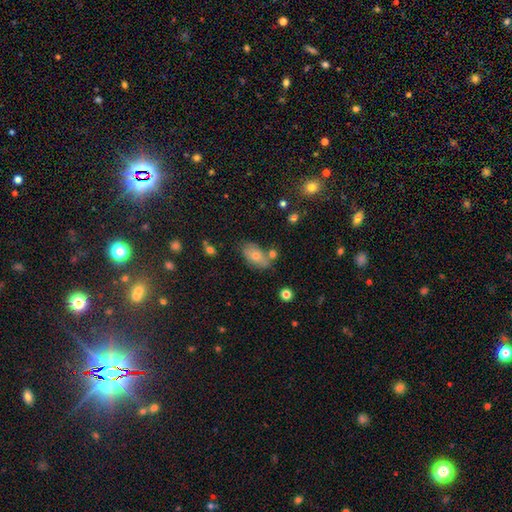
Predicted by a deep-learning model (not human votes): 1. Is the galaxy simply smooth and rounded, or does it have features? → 63% smooth, 23% featured or disk, 14% star or artifact.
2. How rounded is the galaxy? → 89% in between, 8% round, 3% cigar-shaped.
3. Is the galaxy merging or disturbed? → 67% none, 18% minor disturbance, 11% merger, 5% major disturbance.